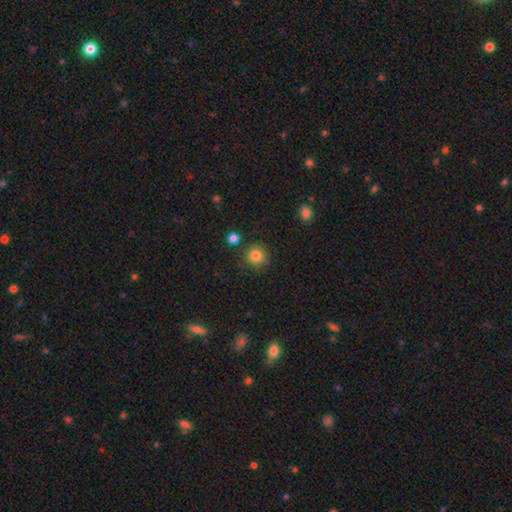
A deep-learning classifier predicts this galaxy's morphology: Smooth or featured?
  - smooth: 83% *
  - star or artifact: 11%
  - featured or disk: 5%
How rounded?
  - round: 92% *
  - in between: 7%
  - cigar-shaped: 1%
Merging?
  - none: 83% *
  - minor disturbance: 10%
  - merger: 4%
  - major disturbance: 3%